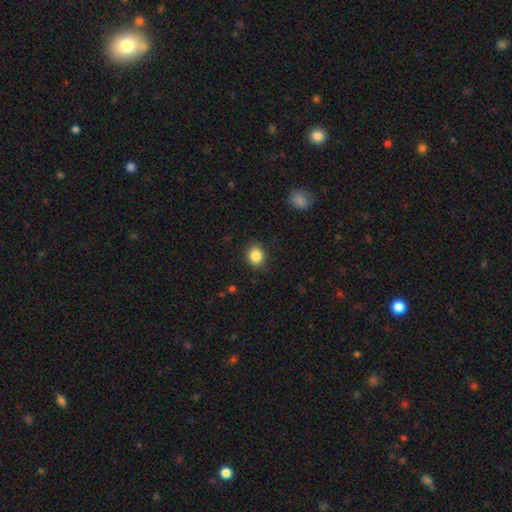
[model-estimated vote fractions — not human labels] This appears to be a smooth galaxy with no disk features (86%) that is round (58%). Merging: none (84%).